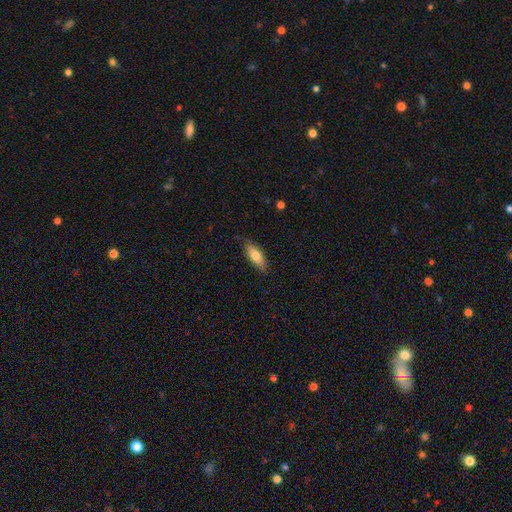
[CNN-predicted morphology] type=smooth (72%); roundness=in between (63%); merging=none (80%).